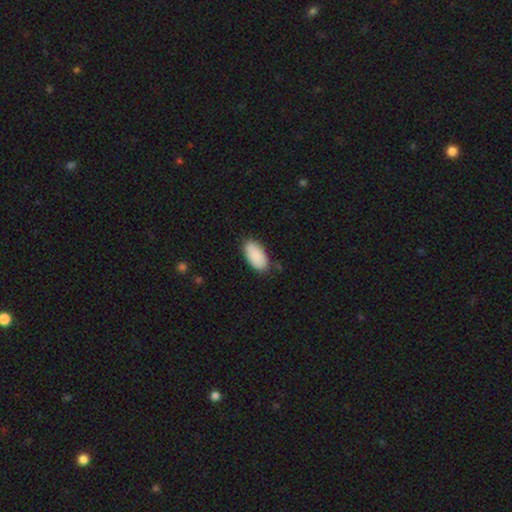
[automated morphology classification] smooth 90%, star or artifact 6%, featured or disk 4%. Down the decision tree: how rounded — in between (94%); merging — none (83%).